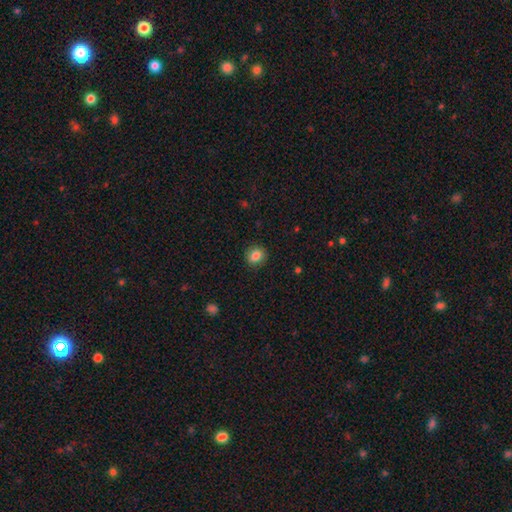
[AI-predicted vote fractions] Q: Smooth or featured?
A: smooth (85%); runner-up: star or artifact (10%)
Q: How rounded?
A: round (71%); runner-up: in between (28%)
Q: Merging?
A: none (89%); runner-up: minor disturbance (8%)